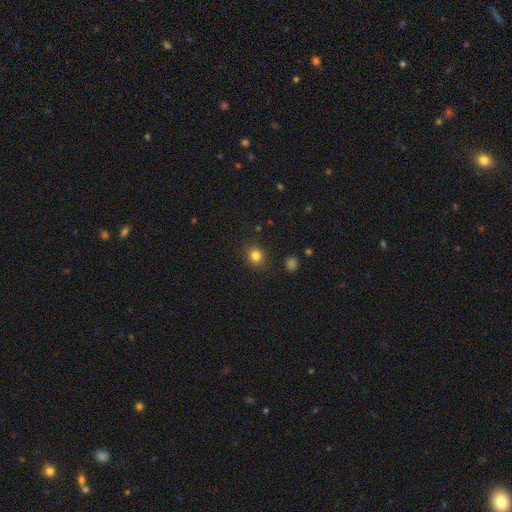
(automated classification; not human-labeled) Smooth or featured?
  - smooth: 82% *
  - star or artifact: 13%
  - featured or disk: 5%
How rounded?
  - round: 83% *
  - in between: 16%
  - cigar-shaped: 1%
Merging?
  - none: 89% *
  - minor disturbance: 8%
  - major disturbance: 3%
  - merger: 1%